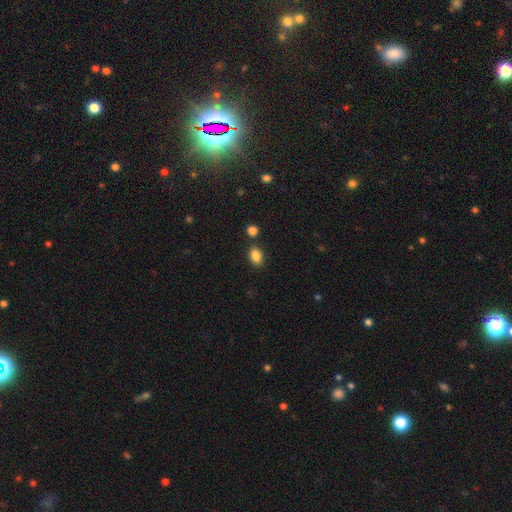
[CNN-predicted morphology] smooth_or_featured: smooth (p=0.86) [alt: star or artifact p=0.10]
how_rounded: in between (p=0.80) [alt: round p=0.19]
merging: none (p=0.81) [alt: minor disturbance p=0.10]